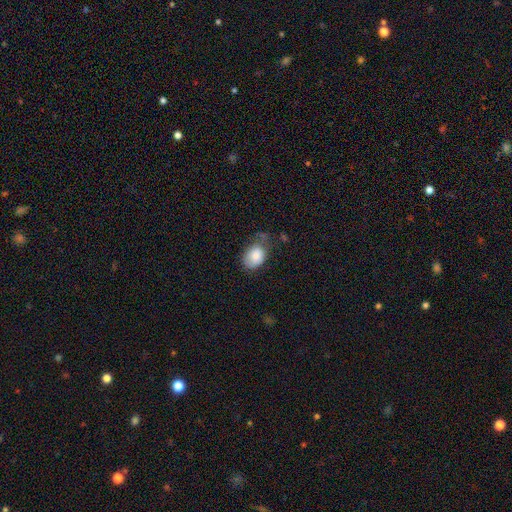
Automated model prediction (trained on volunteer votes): Morphology: type=smooth (81%); roundness=in between (76%); merging=none (47%).